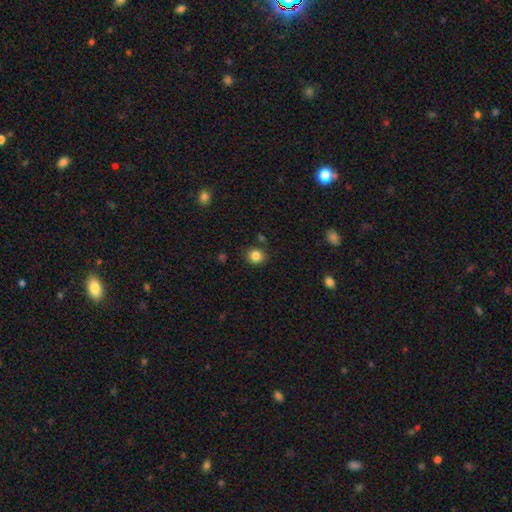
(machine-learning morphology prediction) type=smooth (84%); roundness=round (82%); merging=none (85%).